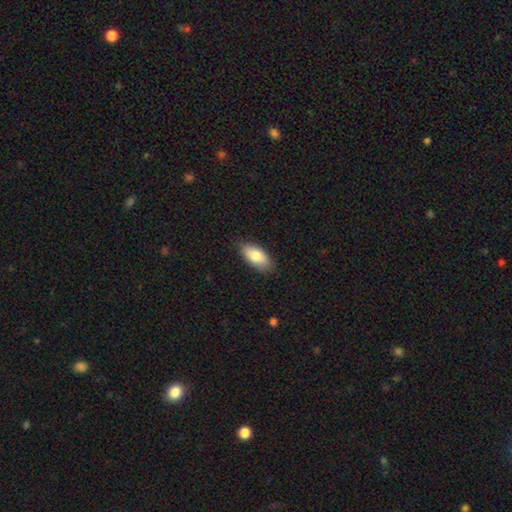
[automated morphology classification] Overall: smooth (82%). How rounded: in between (90%). Merging: none (85%).